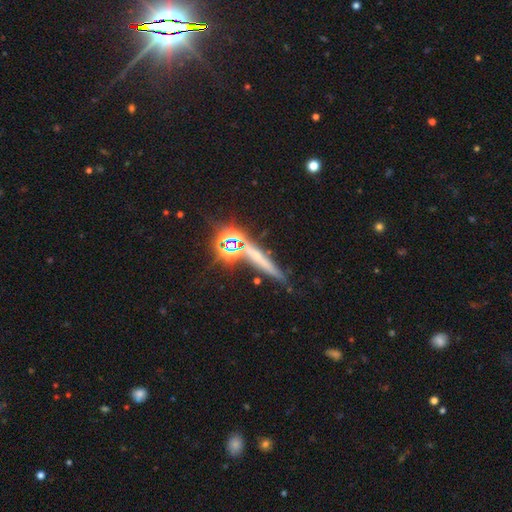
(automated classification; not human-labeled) Smooth or featured? Predicted: star or artifact (p=0.39).